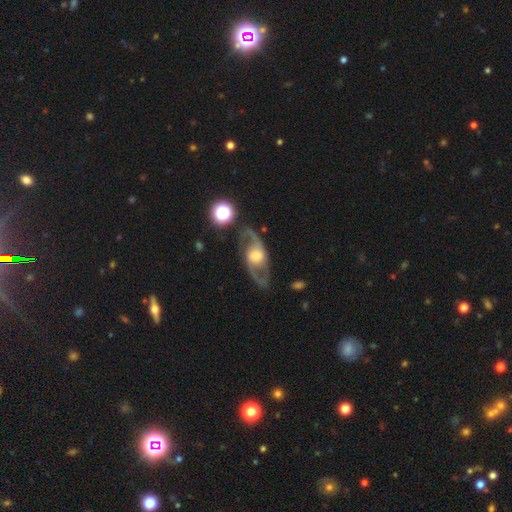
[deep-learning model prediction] smooth_or_featured: featured or disk (p=0.84) [alt: smooth p=0.10]
disk_edge_on: no (p=0.91) [alt: yes p=0.09]
bar: no (p=0.58) [alt: weak p=0.32]
has_spiral_arms: yes (p=0.89) [alt: no p=0.11]
spiral_winding: medium (p=0.47) [alt: loose p=0.43]
spiral_arm_count: 2 (p=0.92) [alt: can't tell p=0.03]
bulge_size: moderate (p=0.43) [alt: large p=0.34]
merging: none (p=0.79) [alt: minor disturbance p=0.12]